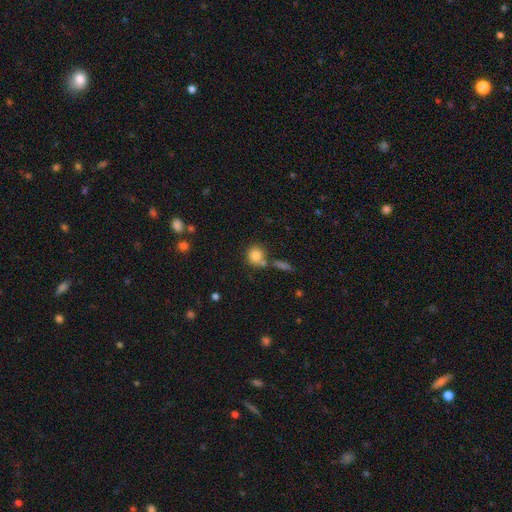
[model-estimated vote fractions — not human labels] smooth 82%, star or artifact 10%, featured or disk 9%. Down the decision tree: how rounded — round (86%); merging — none (60%).